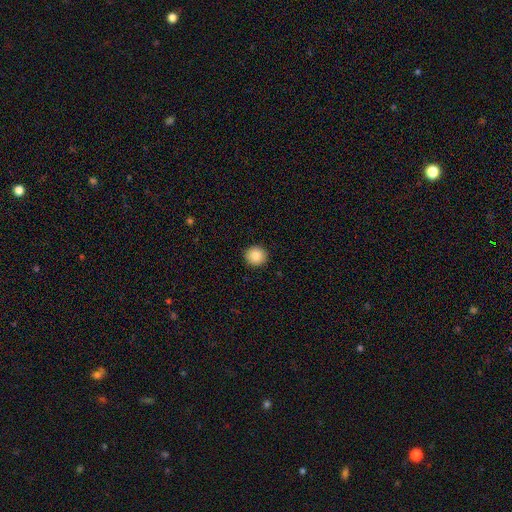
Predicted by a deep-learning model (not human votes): Overall: smooth (86%). How rounded: round (91%). Merging: none (92%).